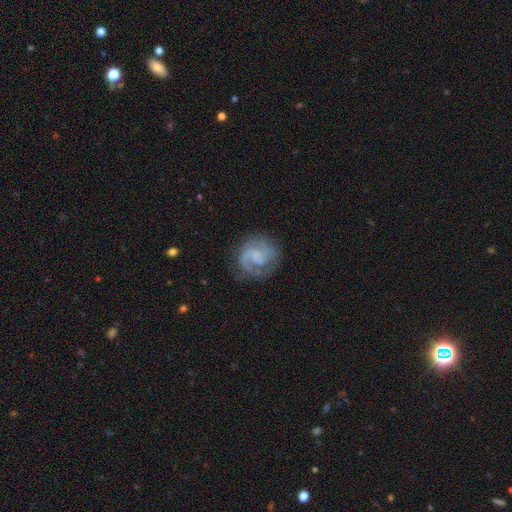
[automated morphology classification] Smooth or featured? Predicted: featured or disk (p=0.69). Edge-on disk? Predicted: no (p=0.98). Bar? Predicted: no (p=0.49). Spiral arms? Predicted: yes (p=0.87). Spiral winding? Predicted: medium (p=0.41). Spiral arm count? Predicted: 2 (p=0.42). Bulge size? Predicted: none (p=0.45). Merging? Predicted: none (p=0.68).